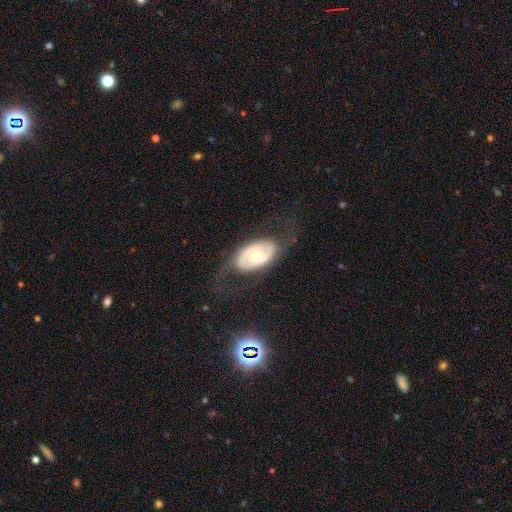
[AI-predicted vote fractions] The model was most divided on "spiral arms": no: 59%, yes: 41%. More confident: edge-on disk — no (90%); bar — no (75%); bulge size — moderate (71%); merging — none (65%); smooth or featured — featured or disk (62%).